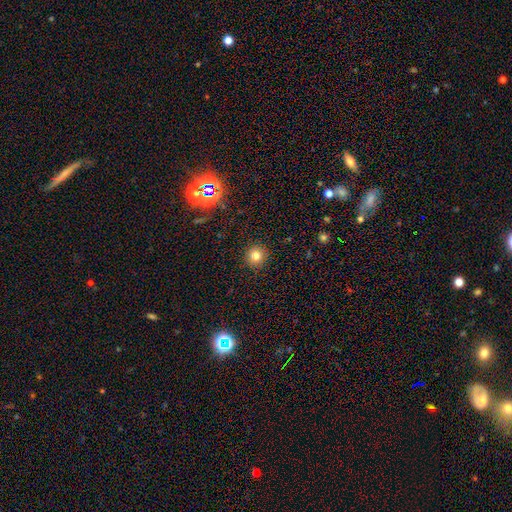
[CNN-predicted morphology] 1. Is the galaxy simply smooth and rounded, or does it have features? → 77% smooth, 16% star or artifact, 8% featured or disk.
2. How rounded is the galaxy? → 94% round, 5% in between, 1% cigar-shaped.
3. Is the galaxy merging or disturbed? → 92% none, 5% minor disturbance, 2% major disturbance, 1% merger.